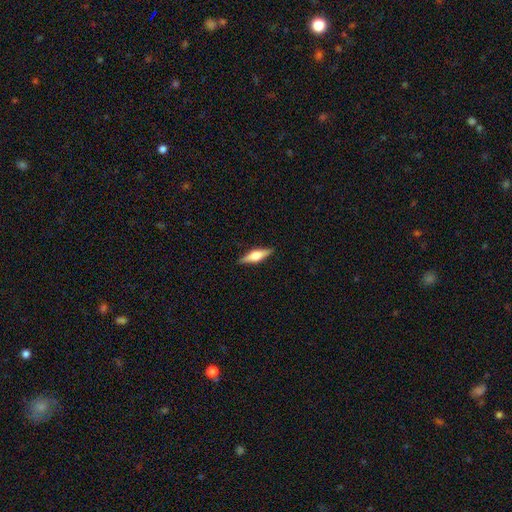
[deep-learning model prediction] Q: Smooth or featured?
A: featured or disk (59%); runner-up: smooth (35%)
Q: Edge-on disk?
A: yes (96%); runner-up: no (4%)
Q: Edge-on bulge?
A: rounded (90%); runner-up: boxy (7%)
Q: Merging?
A: none (89%); runner-up: minor disturbance (8%)